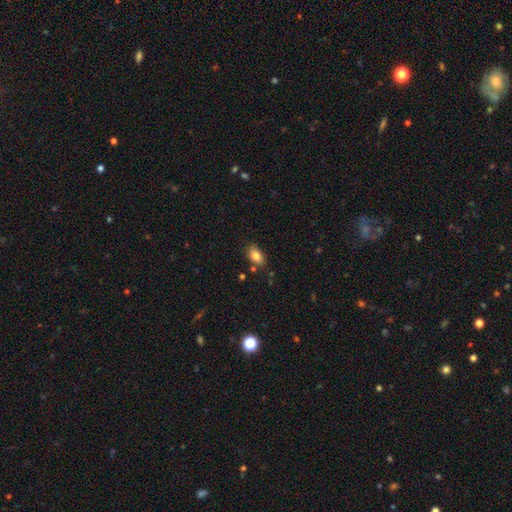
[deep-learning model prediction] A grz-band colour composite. It shows a smooth galaxy with no disk features (83%) that is in between round and cigar-shaped (87%). Merging: none (78%).